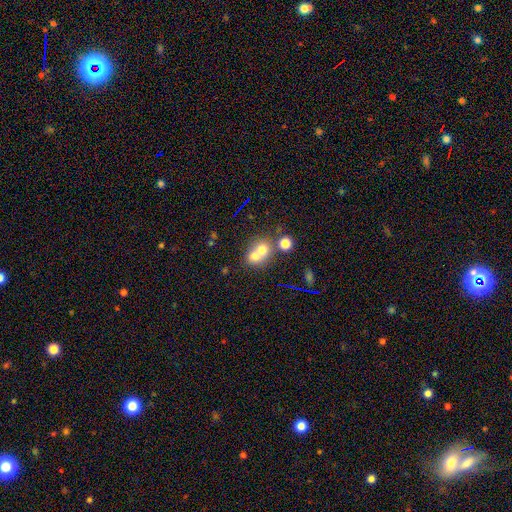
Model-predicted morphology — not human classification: This is likely a smooth galaxy (65%). How rounded: likely round (70%). Merging: likely merger (64%).